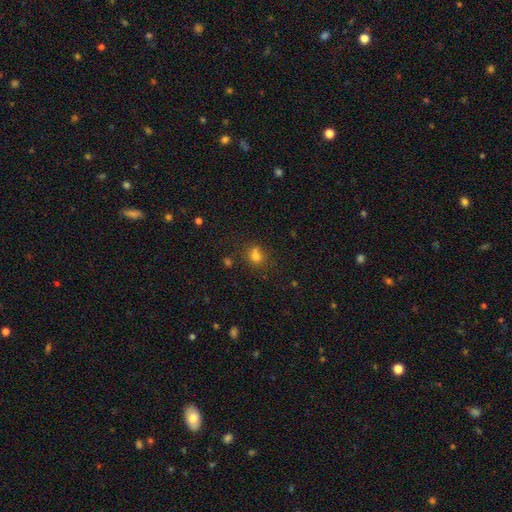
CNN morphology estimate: A smooth galaxy with no disk features (73%) that is round (71%).

Vote fractions:
- Smooth or featured? smooth: 73% / star or artifact: 17% / featured or disk: 10%
- How rounded? round: 71% / in between: 28% / cigar-shaped: 1%
- Merging? none: 53% / merger: 26% / minor disturbance: 15% / major disturbance: 6%